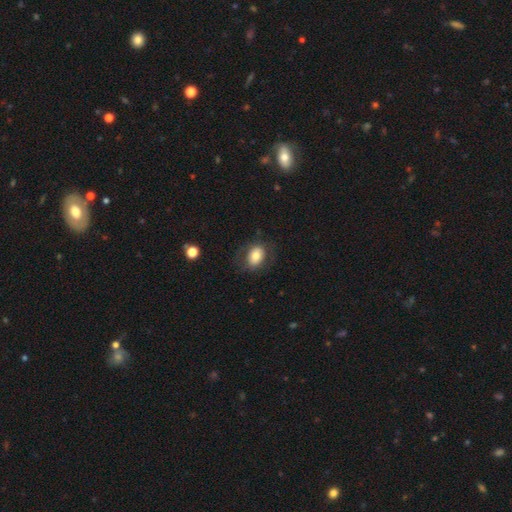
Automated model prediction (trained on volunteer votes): smooth_or_featured: smooth (p=0.75) [alt: featured or disk p=0.18]
how_rounded: in between (p=0.75) [alt: round p=0.24]
merging: none (p=0.73) [alt: minor disturbance p=0.16]